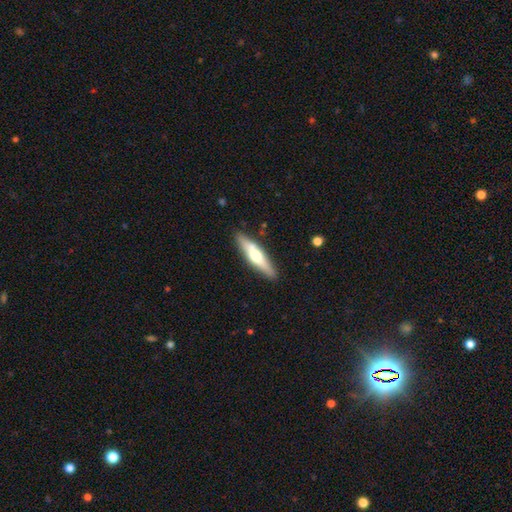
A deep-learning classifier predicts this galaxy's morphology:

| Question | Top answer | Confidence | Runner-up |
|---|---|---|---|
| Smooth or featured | featured or disk | 54% | smooth (41%) |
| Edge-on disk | yes | 92% | no (8%) |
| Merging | none | 86% | minor disturbance (10%) |